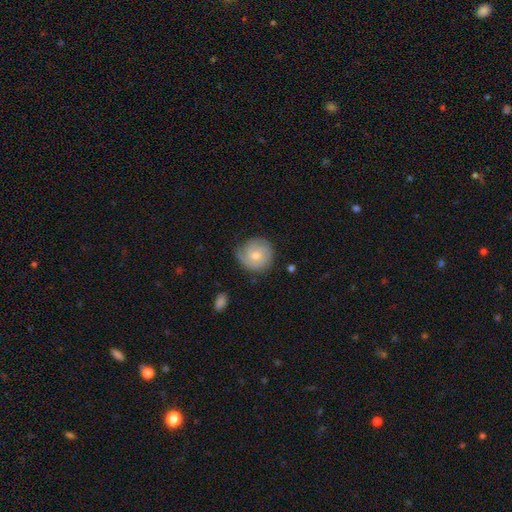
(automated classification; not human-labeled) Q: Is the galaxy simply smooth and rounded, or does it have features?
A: featured or disk — 54%.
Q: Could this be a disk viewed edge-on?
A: no — 97%.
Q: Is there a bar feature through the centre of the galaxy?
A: no — 77%.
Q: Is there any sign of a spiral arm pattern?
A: yes — 85%.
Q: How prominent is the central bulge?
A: moderate — 54%.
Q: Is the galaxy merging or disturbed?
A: none — 71%.